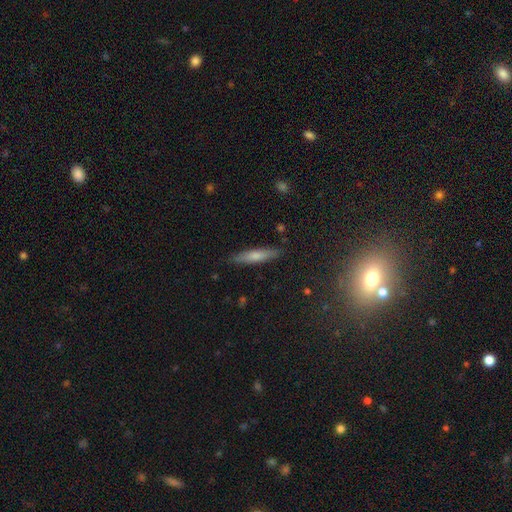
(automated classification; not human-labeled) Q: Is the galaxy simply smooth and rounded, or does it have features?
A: smooth — 65%.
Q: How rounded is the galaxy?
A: cigar-shaped — 87%.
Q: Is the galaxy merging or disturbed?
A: none — 87%.